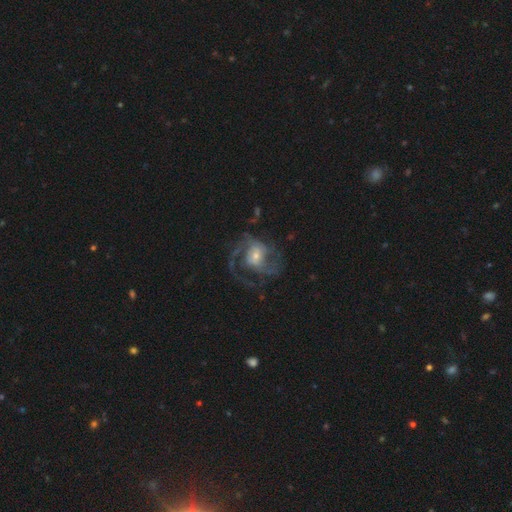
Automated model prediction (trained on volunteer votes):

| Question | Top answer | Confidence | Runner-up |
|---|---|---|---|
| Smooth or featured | featured or disk | 85% | smooth (9%) |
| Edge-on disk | no | 98% | yes (2%) |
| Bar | no | 53% | weak (36%) |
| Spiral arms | yes | 93% | no (7%) |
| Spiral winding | medium | 53% | tight (25%) |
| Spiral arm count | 2 | 46% | 3 (22%) |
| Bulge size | small | 57% | moderate (34%) |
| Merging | none | 58% | major disturbance (24%) |